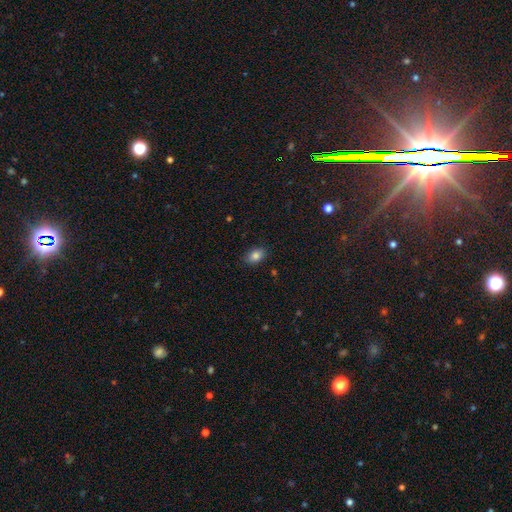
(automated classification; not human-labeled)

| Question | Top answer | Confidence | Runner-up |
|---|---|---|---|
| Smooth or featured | smooth | 83% | star or artifact (9%) |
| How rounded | in between | 85% | round (13%) |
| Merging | none | 86% | minor disturbance (11%) |